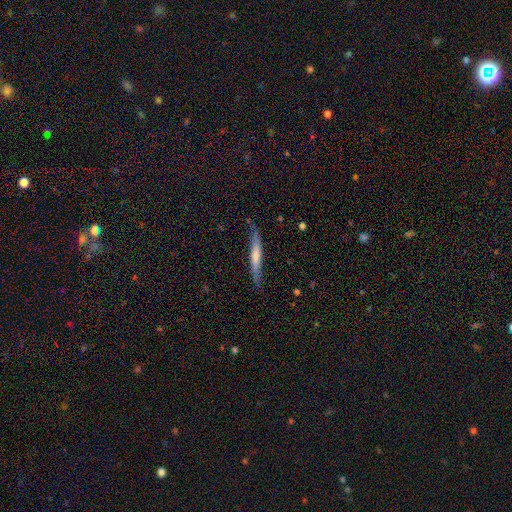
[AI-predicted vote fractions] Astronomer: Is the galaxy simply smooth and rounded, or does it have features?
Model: smooth — 52% (runner-up: featured or disk, 43%).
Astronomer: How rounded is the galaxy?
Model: cigar-shaped — 95%.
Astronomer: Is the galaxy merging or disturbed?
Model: none — 77%.